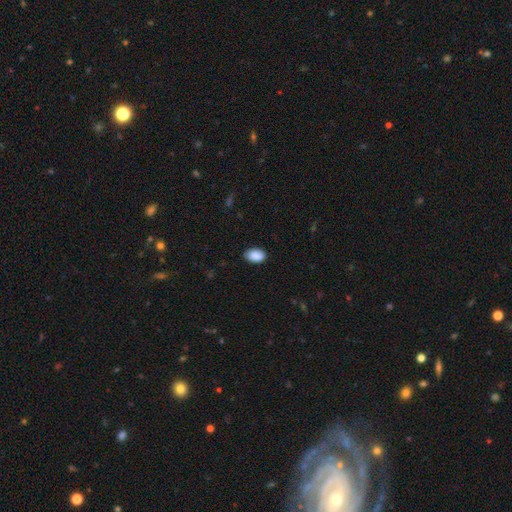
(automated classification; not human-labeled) smooth_or_featured: smooth (p=0.90) [alt: star or artifact p=0.07]
how_rounded: in between (p=0.91) [alt: round p=0.08]
merging: none (p=0.84) [alt: minor disturbance p=0.12]